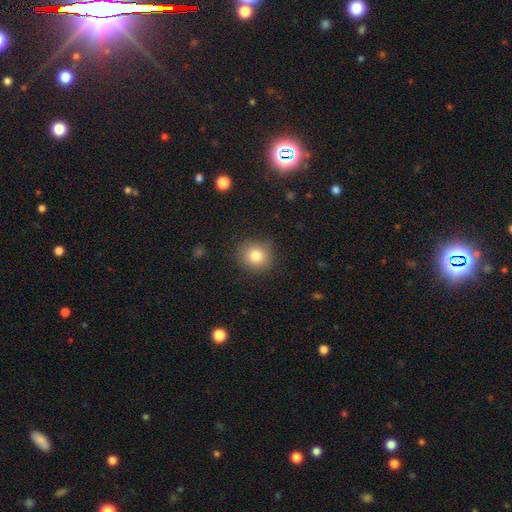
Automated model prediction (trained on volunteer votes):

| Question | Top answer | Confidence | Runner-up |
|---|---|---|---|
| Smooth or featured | smooth | 80% | star or artifact (11%) |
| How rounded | round | 84% | in between (15%) |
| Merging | none | 86% | minor disturbance (10%) |